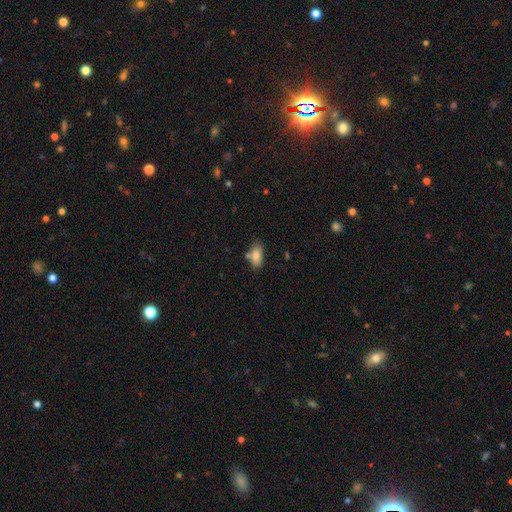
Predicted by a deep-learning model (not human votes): This is clearly a smooth galaxy (82%). How rounded: clearly in between (90%). Merging: likely none (68%).